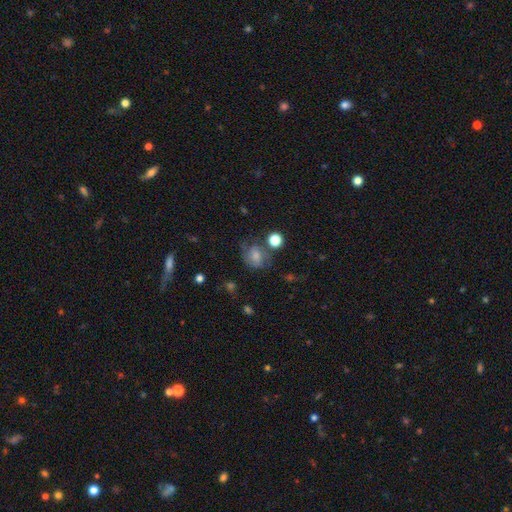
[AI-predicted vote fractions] Smooth or featured?
  - smooth: 59% *
  - featured or disk: 28%
  - star or artifact: 13%
How rounded?
  - round: 63% *
  - in between: 36%
  - cigar-shaped: 1%
Merging?
  - none: 49% *
  - minor disturbance: 25%
  - major disturbance: 17%
  - merger: 9%